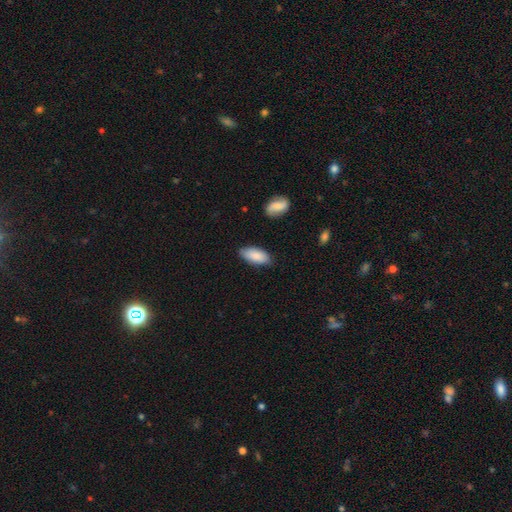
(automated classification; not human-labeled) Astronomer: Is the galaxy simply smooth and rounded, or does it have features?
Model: smooth — 86%.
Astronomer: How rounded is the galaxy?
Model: in between — 90%.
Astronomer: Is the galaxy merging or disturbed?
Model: none — 80%.